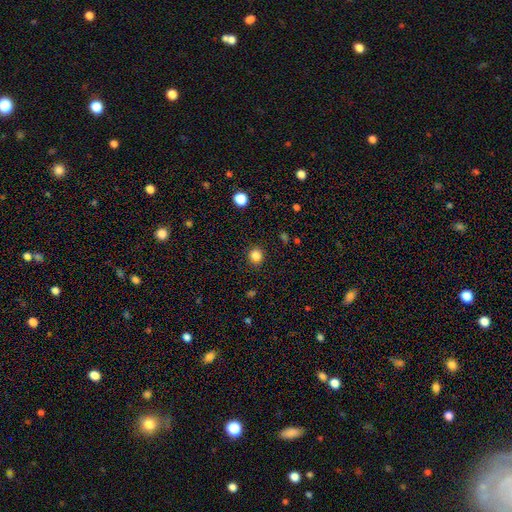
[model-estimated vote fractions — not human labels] Smooth or featured? Predicted: smooth (p=0.83). How rounded? Predicted: round (p=0.89). Merging? Predicted: none (p=0.88).